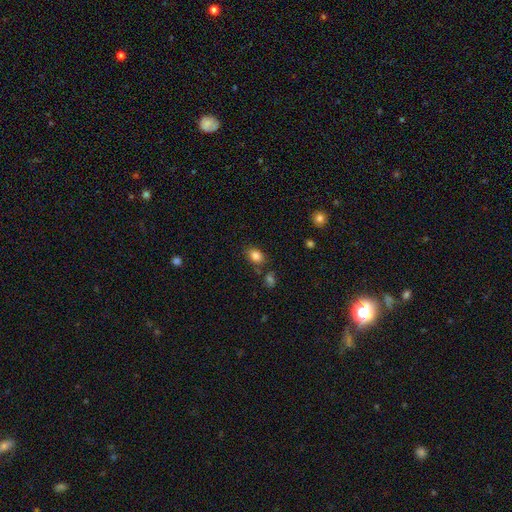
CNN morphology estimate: The model was most divided on "how rounded": in between: 76%, round: 23%, cigar-shaped: 1%. More confident: smooth or featured — smooth (84%); merging — none (73%).